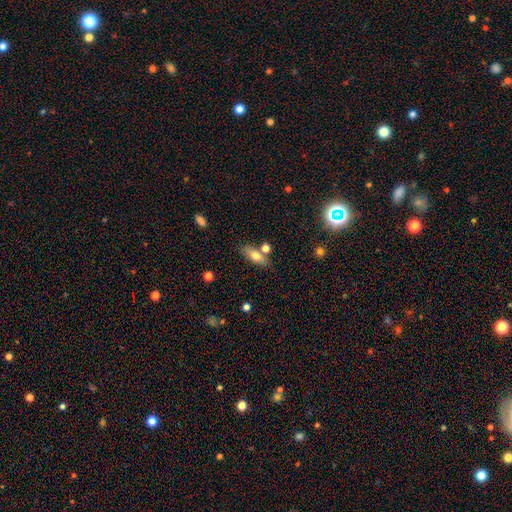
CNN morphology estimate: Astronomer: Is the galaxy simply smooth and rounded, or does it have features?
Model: smooth — 69%.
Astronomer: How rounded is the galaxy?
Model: in between — 68%.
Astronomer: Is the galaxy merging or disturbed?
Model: none — 70%.